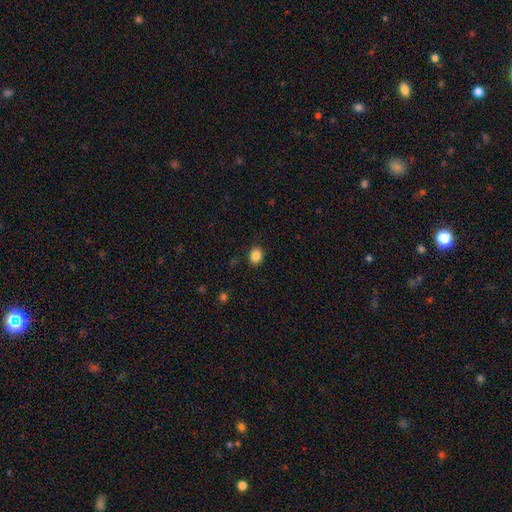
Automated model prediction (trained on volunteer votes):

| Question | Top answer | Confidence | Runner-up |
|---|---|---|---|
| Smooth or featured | smooth | 85% | star or artifact (10%) |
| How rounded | round | 54% | in between (45%) |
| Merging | none | 88% | minor disturbance (9%) |